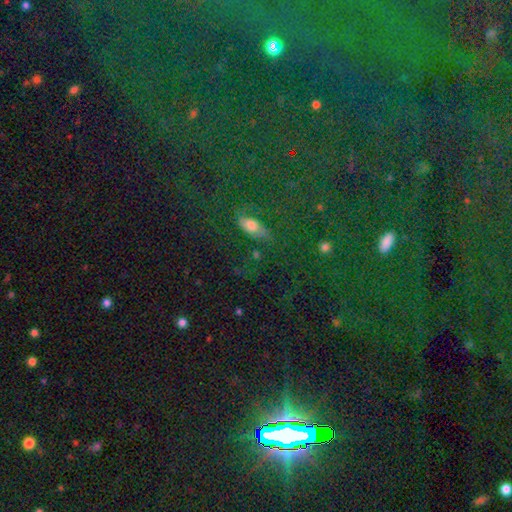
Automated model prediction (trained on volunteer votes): The model was most divided on "smooth or featured": smooth: 54%, star or artifact: 24%, featured or disk: 22%. More confident: merging — none (73%); how rounded — in between (69%).